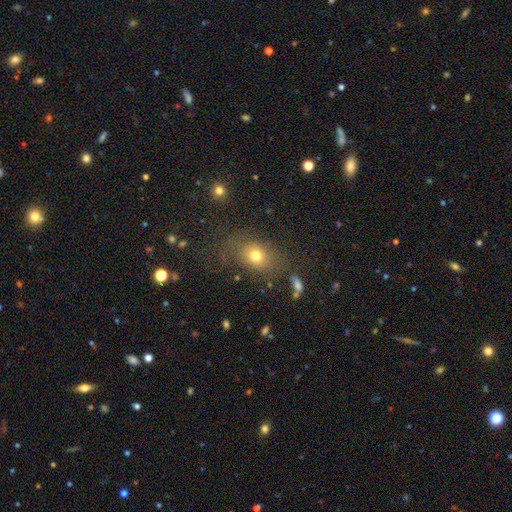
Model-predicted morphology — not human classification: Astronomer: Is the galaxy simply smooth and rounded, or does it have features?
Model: smooth — 72%.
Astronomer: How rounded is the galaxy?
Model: in between — 55% (runner-up: round, 43%).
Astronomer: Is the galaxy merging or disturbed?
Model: none — 64%.